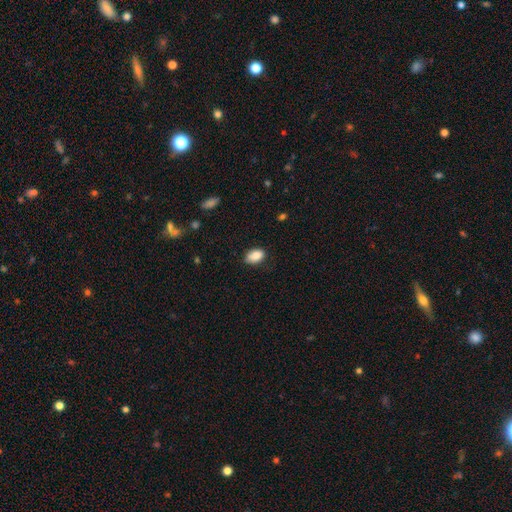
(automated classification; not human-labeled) This is clearly a smooth galaxy (87%). How rounded: clearly in between (90%). Merging: likely none (79%).